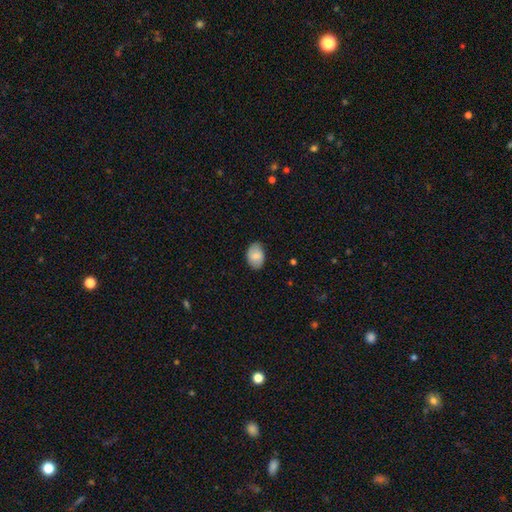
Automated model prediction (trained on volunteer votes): smooth_or_featured: smooth (p=0.79) [alt: featured or disk p=0.14]
how_rounded: in between (p=0.83) [alt: round p=0.16]
merging: none (p=0.81) [alt: minor disturbance p=0.15]